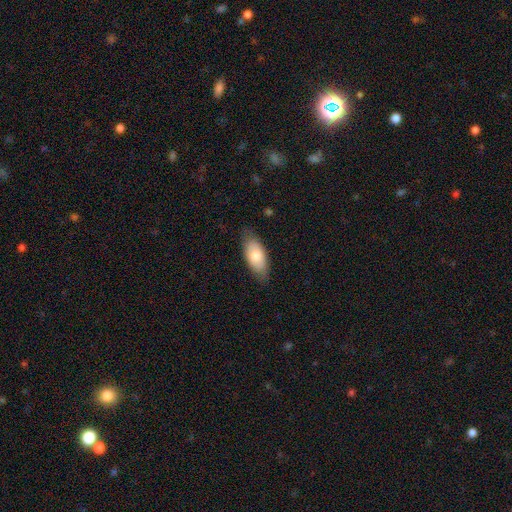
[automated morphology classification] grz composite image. It shows a smooth galaxy with no disk features (76%) that is in between round and cigar-shaped (87%). Merging: none (78%).